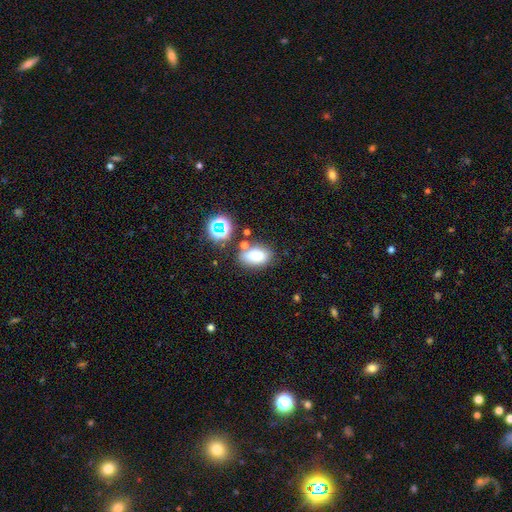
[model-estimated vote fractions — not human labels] smooth_or_featured: smooth (p=0.76) [alt: star or artifact p=0.15]
how_rounded: in between (p=0.85) [alt: round p=0.14]
merging: none (p=0.64) [alt: minor disturbance p=0.17]